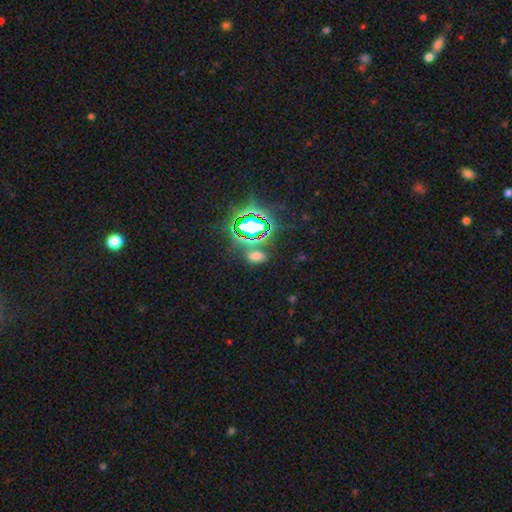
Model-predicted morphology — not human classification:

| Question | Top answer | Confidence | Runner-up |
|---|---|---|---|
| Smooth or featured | star or artifact | 47% | smooth (45%) |